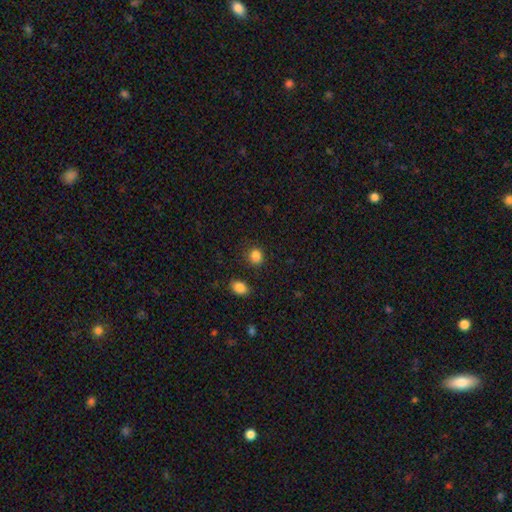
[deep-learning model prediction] Smooth or featured? smooth (85%)
How rounded? round (65%)
Merging? none (80%)